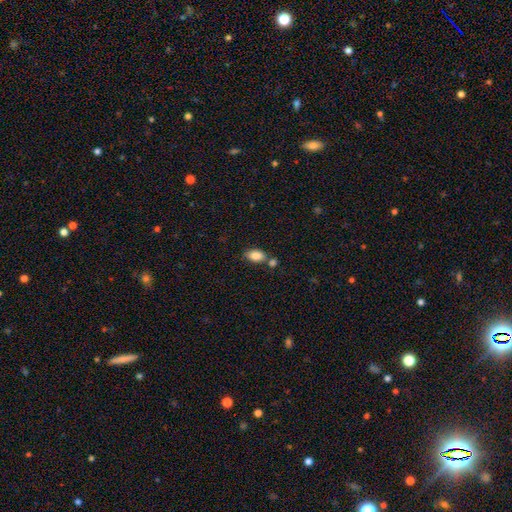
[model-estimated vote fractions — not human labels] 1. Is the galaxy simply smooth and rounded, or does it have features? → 86% smooth, 8% star or artifact, 6% featured or disk.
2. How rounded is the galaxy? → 88% in between, 9% round, 2% cigar-shaped.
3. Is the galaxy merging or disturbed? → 60% none, 22% merger, 14% minor disturbance, 4% major disturbance.